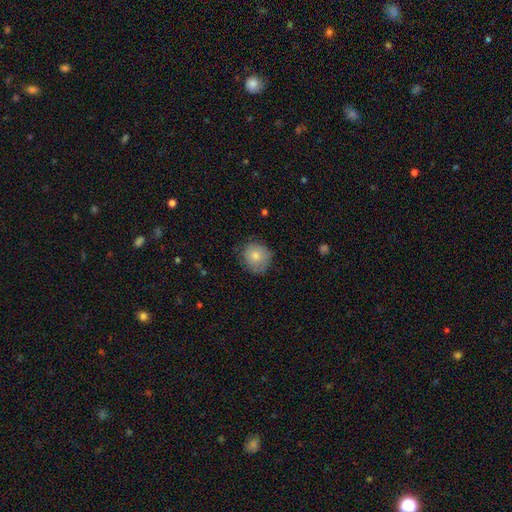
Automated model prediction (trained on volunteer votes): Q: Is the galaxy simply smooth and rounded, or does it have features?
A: smooth — 79%.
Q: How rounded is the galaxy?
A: round — 87%.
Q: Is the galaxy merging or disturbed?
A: none — 76%.